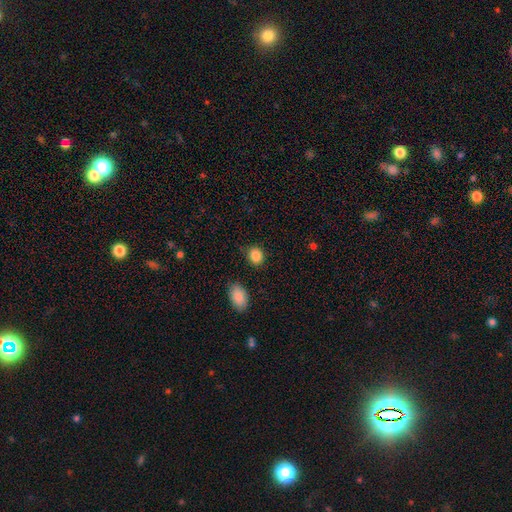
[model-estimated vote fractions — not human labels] A smooth galaxy with no disk features (87%) that is round (69%). Merging: none (85%).